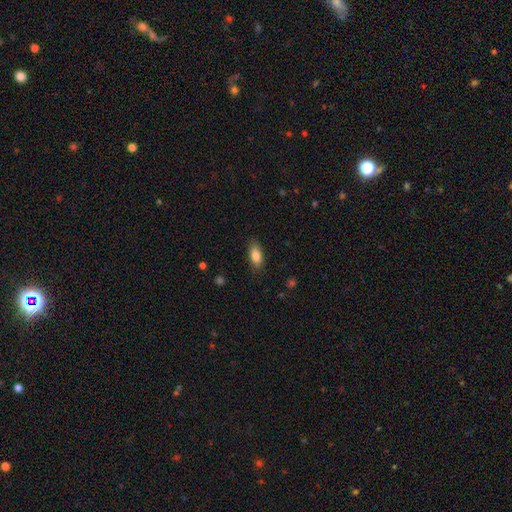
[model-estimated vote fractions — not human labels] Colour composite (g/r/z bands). It shows a smooth galaxy with no disk features (85%) that is in between round and cigar-shaped (86%). Merging: none (84%).